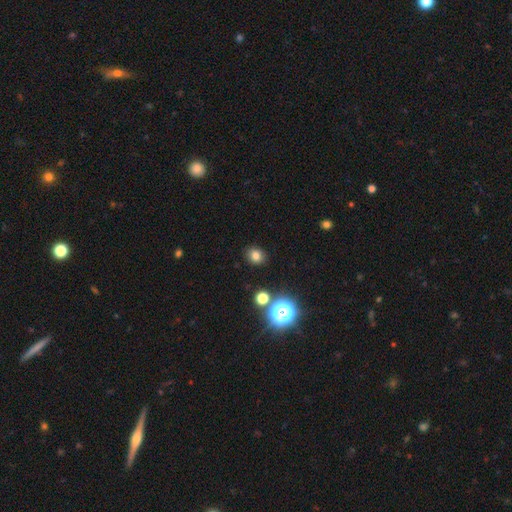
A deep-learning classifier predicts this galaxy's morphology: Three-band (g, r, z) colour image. It shows a smooth galaxy with no disk features (77%) that is round (70%). Merging: none (88%).